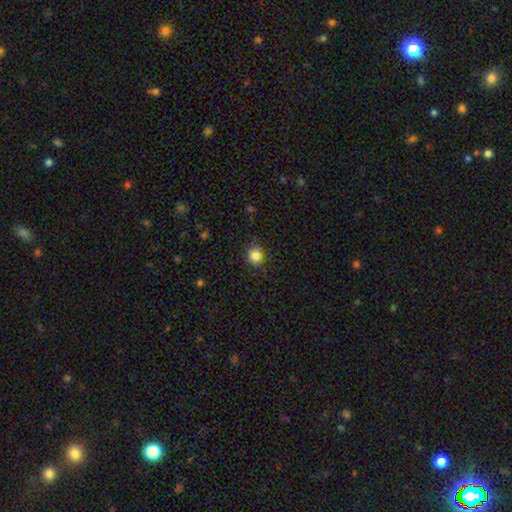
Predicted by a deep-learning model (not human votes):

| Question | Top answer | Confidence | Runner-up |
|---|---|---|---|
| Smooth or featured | smooth | 85% | star or artifact (11%) |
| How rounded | round | 85% | in between (14%) |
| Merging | none | 84% | minor disturbance (12%) |